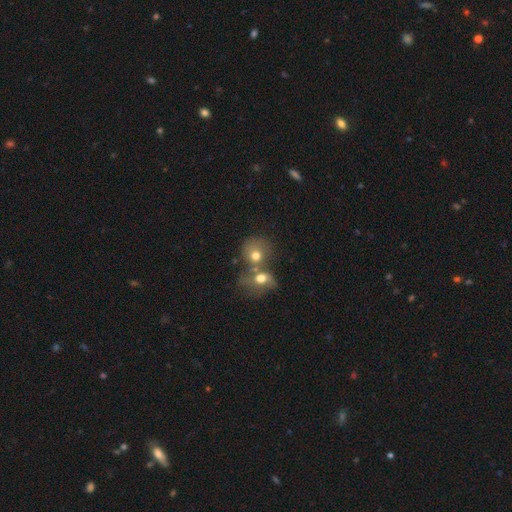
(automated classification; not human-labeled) smooth 68%, featured or disk 21%, star or artifact 11%. Down the decision tree: how rounded — round (71%); merging — merger (61%).